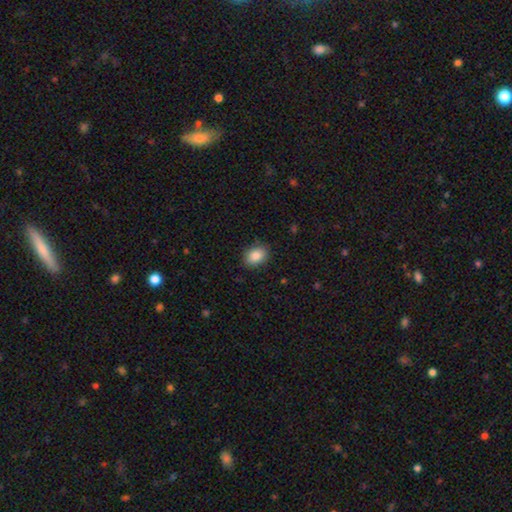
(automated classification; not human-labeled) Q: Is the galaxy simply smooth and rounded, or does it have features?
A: smooth — 87%.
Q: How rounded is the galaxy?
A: in between — 70%.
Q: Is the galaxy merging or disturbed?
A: none — 86%.